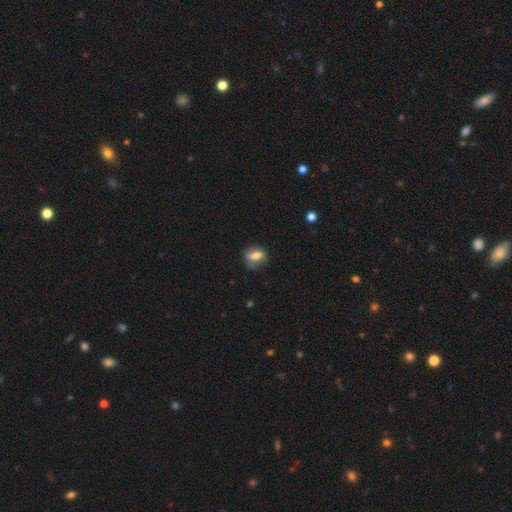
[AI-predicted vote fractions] This is likely a smooth galaxy (72%). How rounded: likely in between (69%). Merging: likely none (66%).